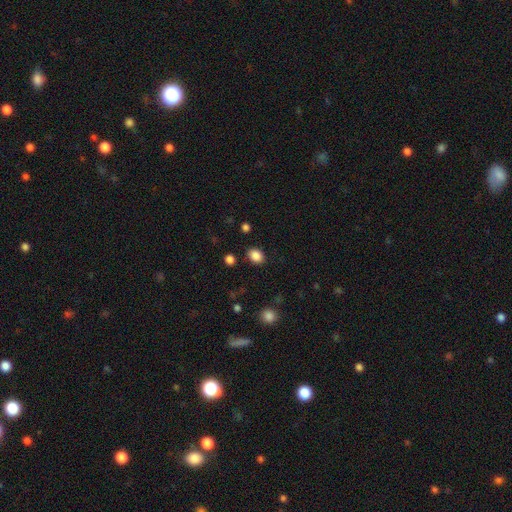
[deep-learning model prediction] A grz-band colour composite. It shows a smooth galaxy with no disk features (86%) that is in between round and cigar-shaped (65%). Merging: none (85%).